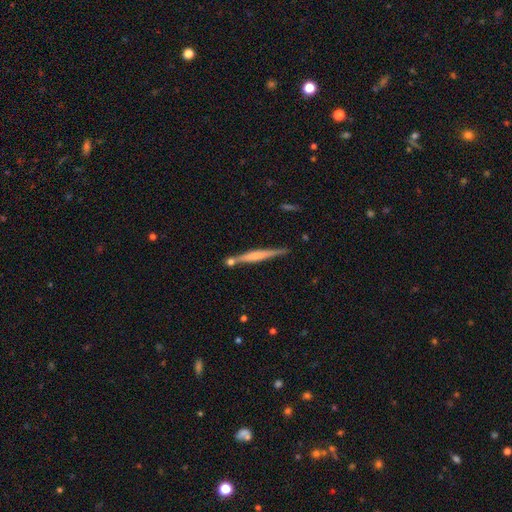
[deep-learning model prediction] A featured or disk galaxy (57%) viewed edge-on (97%) with no central bulge (37%). Merging: none (78%).